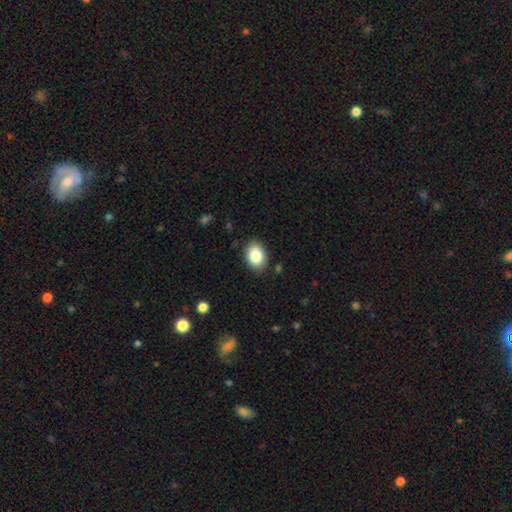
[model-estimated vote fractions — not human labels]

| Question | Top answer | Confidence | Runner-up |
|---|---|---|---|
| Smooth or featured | smooth | 84% | star or artifact (8%) |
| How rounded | in between | 76% | round (23%) |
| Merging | none | 87% | minor disturbance (9%) |